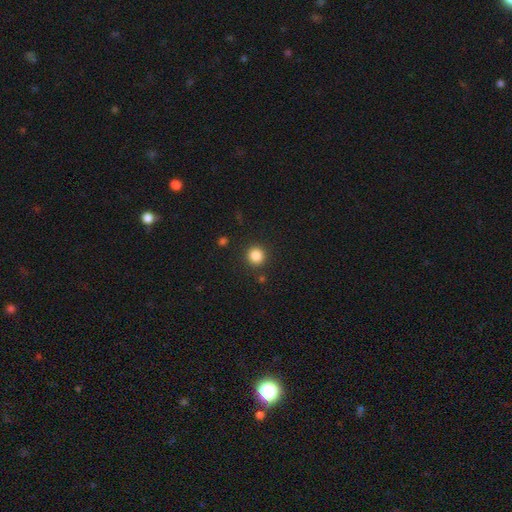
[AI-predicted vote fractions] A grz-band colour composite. It shows a smooth galaxy with no disk features (85%) that is round (93%). Merging: none (90%).